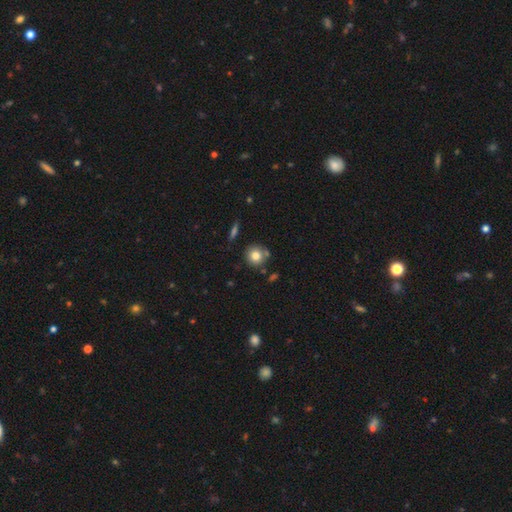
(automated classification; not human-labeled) Smooth or featured? smooth (79%)
How rounded? round (91%)
Merging? none (76%)